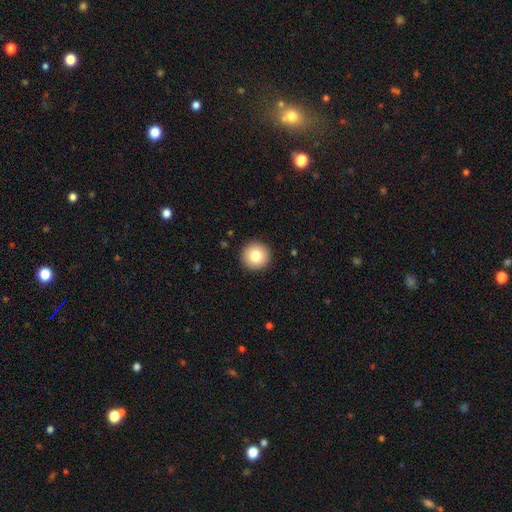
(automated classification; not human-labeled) Morphology: type=smooth (81%); roundness=round (96%); merging=none (93%).